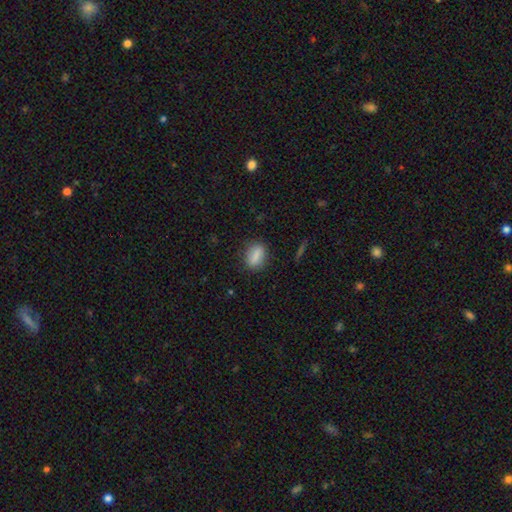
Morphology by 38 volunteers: smooth 95%, featured or disk 3%, star or artifact 3%. Down the decision tree: how rounded — in between (78%); merging — none (84%).